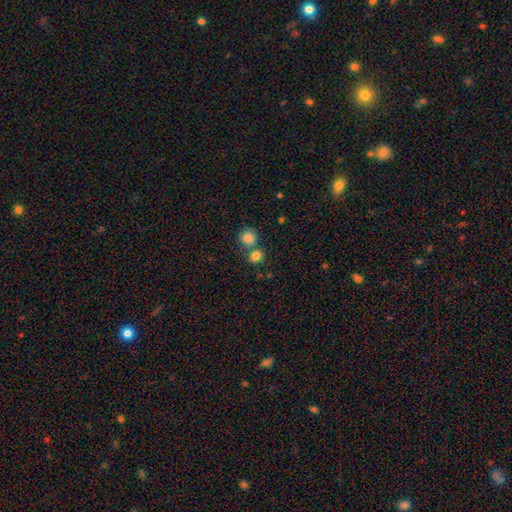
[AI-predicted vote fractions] This is clearly a smooth galaxy (83%). How rounded: likely round (76%). Merging: possibly none (55%).